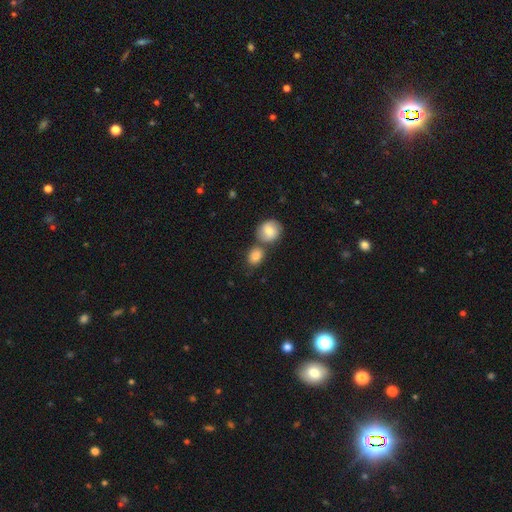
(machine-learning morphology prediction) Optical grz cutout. It shows a smooth galaxy with no disk features (83%) that is round (49%, tied with in between). Merging: none (50%).